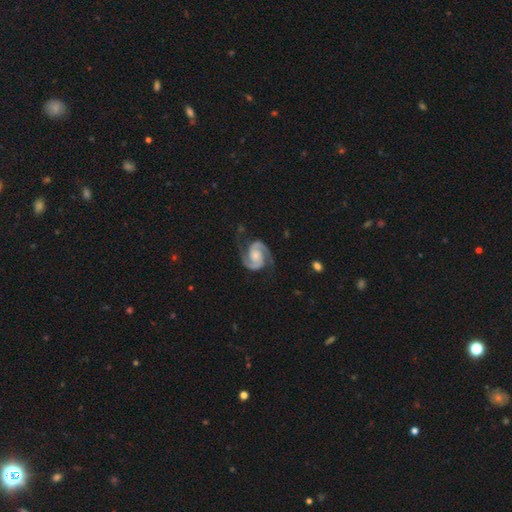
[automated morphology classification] Overall: featured or disk (93%). Edge-on disk: no (98%). Bar: no (60%; weak 30%). Spiral arms: yes (99%). Spiral arm count: 2 (94%). Spiral winding: medium (54%; tight 35%). Bulge size: moderate (42%; small 29%). Merging: none (77%).